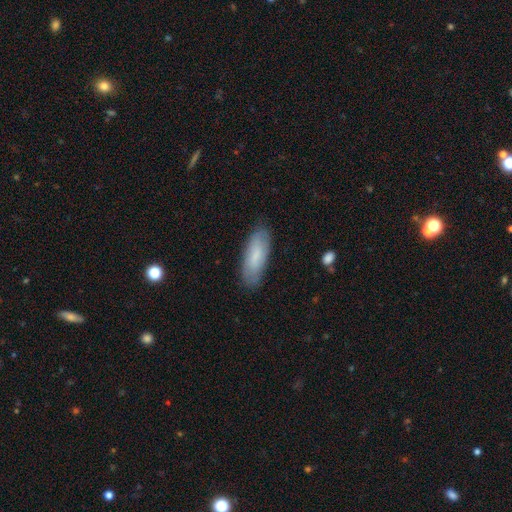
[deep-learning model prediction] A smooth galaxy with no disk features (77%) that is in between round and cigar-shaped (67%).

Vote fractions:
- Smooth or featured? smooth: 77% / featured or disk: 17% / star or artifact: 6%
- How rounded? in between: 67% / cigar-shaped: 31% / round: 2%
- Merging? none: 84% / minor disturbance: 12% / major disturbance: 3% / merger: 1%